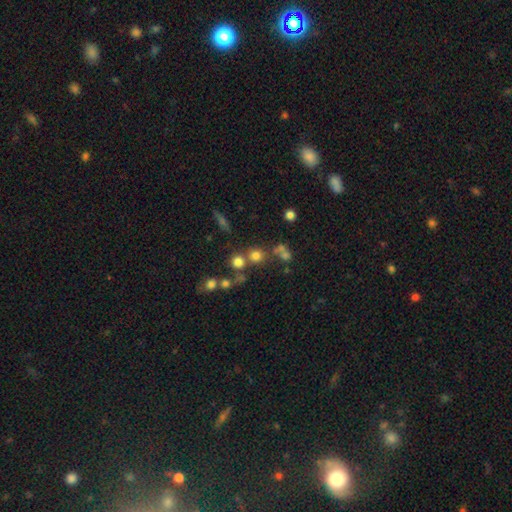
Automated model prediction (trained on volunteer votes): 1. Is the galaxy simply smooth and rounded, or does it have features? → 70% smooth, 19% star or artifact, 11% featured or disk.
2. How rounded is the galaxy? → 89% round, 9% in between, 1% cigar-shaped.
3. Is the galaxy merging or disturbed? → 60% none, 27% merger, 8% minor disturbance, 4% major disturbance.